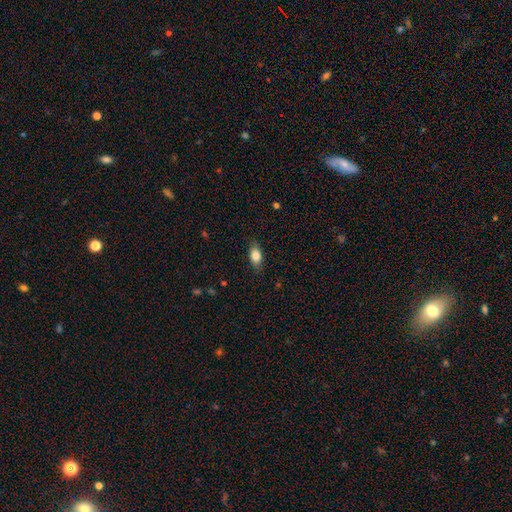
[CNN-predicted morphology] Smooth or featured? Predicted: smooth (p=0.81). How rounded? Predicted: in between (p=0.84). Merging? Predicted: none (p=0.82).